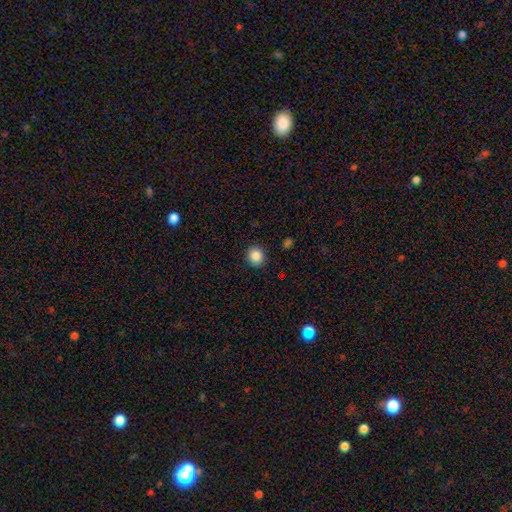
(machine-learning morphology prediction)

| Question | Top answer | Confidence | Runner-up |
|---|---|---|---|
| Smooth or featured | smooth | 87% | star or artifact (10%) |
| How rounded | round | 87% | in between (12%) |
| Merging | none | 91% | minor disturbance (6%) |